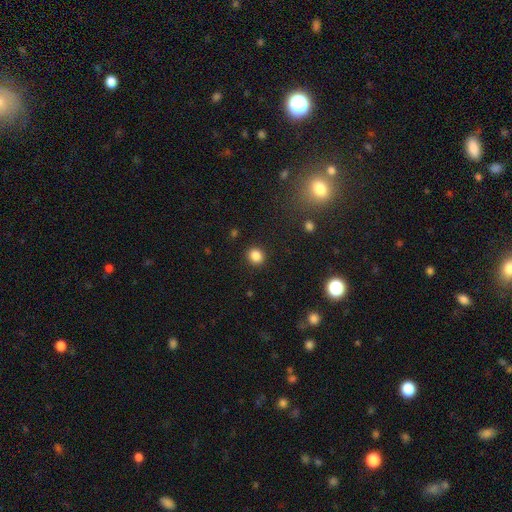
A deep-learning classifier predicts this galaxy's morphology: This appears to be a smooth galaxy with no disk features (85%) that is round (81%). Merging: none (90%).